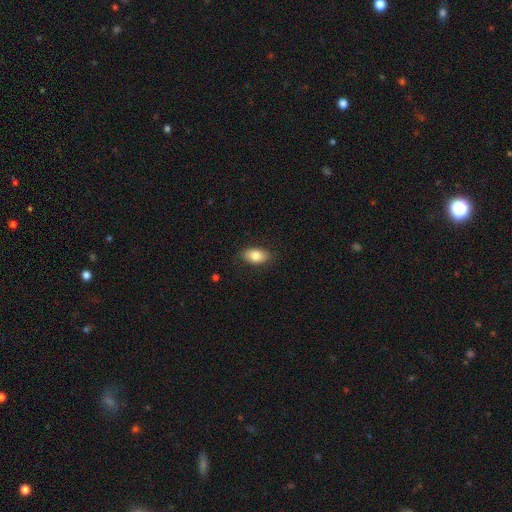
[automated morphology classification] Smooth or featured?
  - smooth: 81% *
  - featured or disk: 11%
  - star or artifact: 7%
How rounded?
  - in between: 90% *
  - round: 8%
  - cigar-shaped: 2%
Merging?
  - none: 85% *
  - minor disturbance: 12%
  - major disturbance: 3%
  - merger: 1%